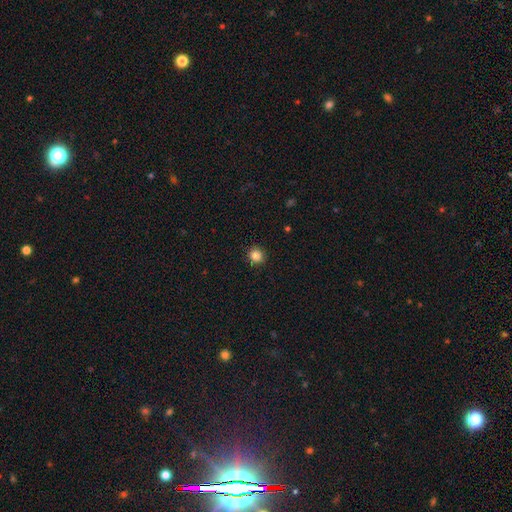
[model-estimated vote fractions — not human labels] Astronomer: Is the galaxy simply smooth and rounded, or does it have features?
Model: smooth — 84%.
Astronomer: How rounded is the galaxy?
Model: round — 89%.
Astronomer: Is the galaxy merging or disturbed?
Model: none — 91%.